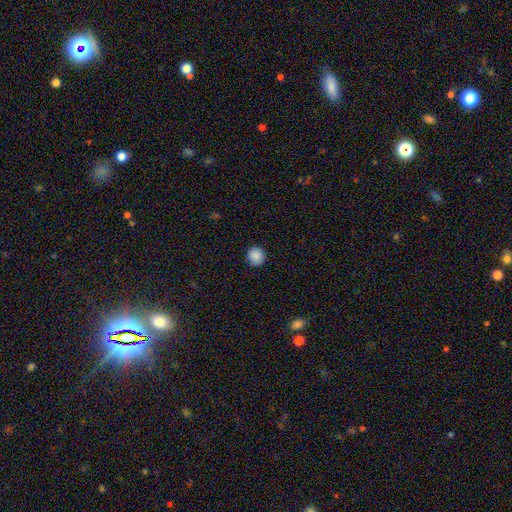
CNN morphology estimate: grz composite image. It shows a smooth galaxy with no disk features (88%) that is round (91%). Merging: none (90%).